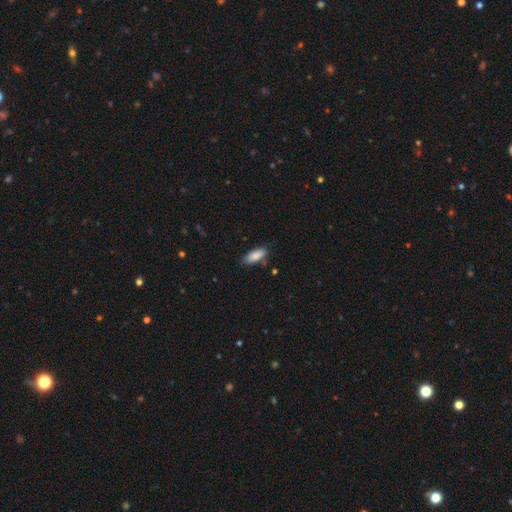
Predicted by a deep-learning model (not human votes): Smooth or featured? Predicted: smooth (p=0.86). How rounded? Predicted: in between (p=0.78). Merging? Predicted: none (p=0.78).